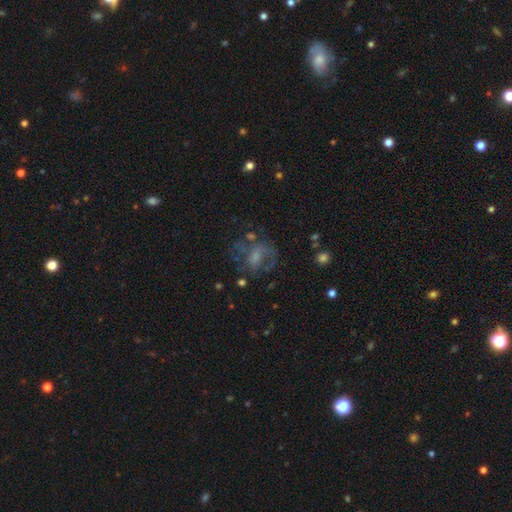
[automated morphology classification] Smooth or featured?
  - featured or disk: 56% *
  - smooth: 29%
  - star or artifact: 15%
Edge-on disk?
  - no: 97% *
  - yes: 3%
Bar?
  - no: 60% *
  - weak: 33%
  - strong: 7%
Spiral arms?
  - yes: 54% *
  - no: 46%
Bulge size?
  - moderate: 33% * (tied)
  - small: 33% * (tied)
  - none: 26%
  - large: 6%
  - dominant: 2%
Merging?
  - none: 47% *
  - major disturbance: 29%
  - minor disturbance: 19%
  - merger: 4%